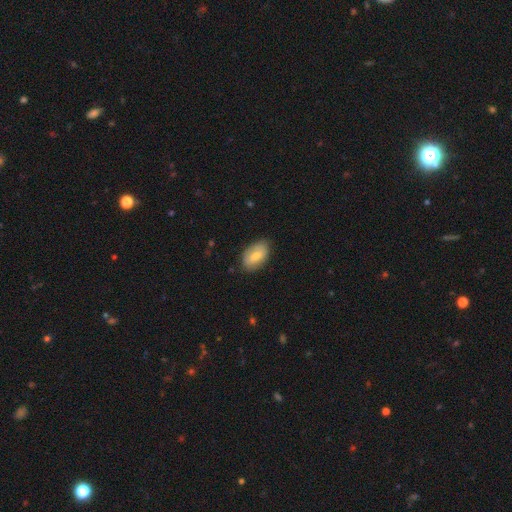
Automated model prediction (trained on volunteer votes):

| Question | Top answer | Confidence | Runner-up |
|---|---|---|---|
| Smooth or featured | smooth | 73% | featured or disk (21%) |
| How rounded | in between | 92% | round (6%) |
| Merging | none | 78% | minor disturbance (17%) |